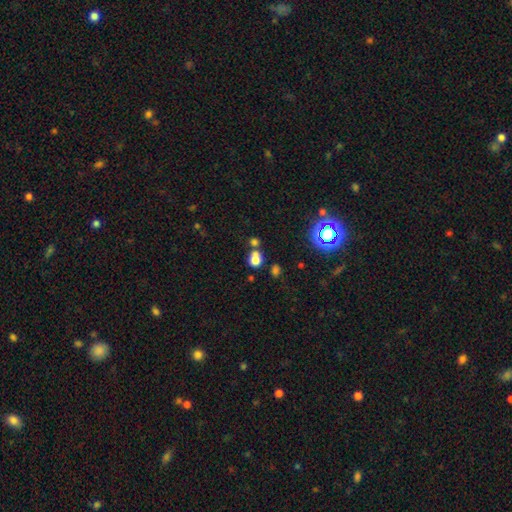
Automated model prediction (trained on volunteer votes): Q: Smooth or featured?
A: smooth (56%); runner-up: star or artifact (36%)
Q: How rounded?
A: round (73%); runner-up: in between (26%)
Q: Merging?
A: none (66%); runner-up: merger (21%)